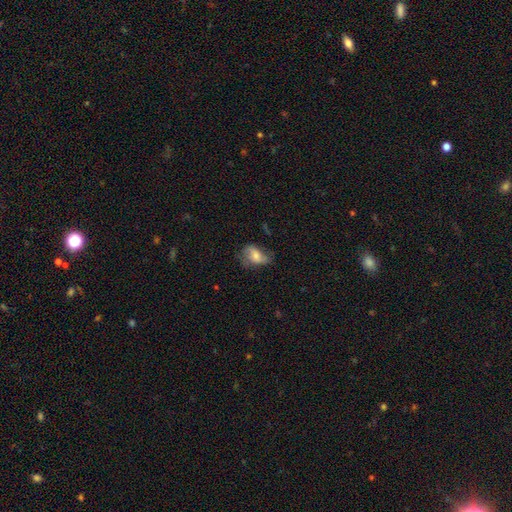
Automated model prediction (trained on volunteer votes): Overall: featured or disk (48%; smooth 44%). Merging: none (52%; minor disturbance 29%).